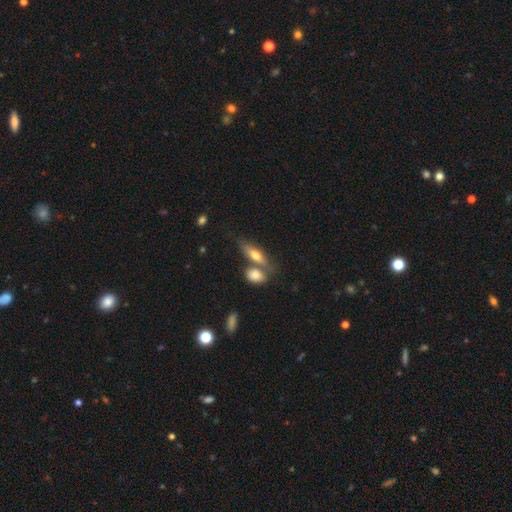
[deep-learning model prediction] The model was most divided on "merging": none: 49%, merger: 36%, minor disturbance: 12%, major disturbance: 4%. More confident: smooth or featured — smooth (64%); how rounded — in between (55%).